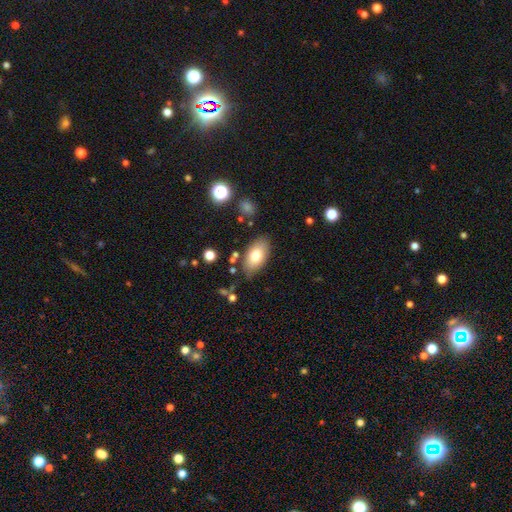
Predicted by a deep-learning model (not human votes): This is likely a smooth galaxy (76%). How rounded: clearly in between (92%). Merging: likely none (79%).